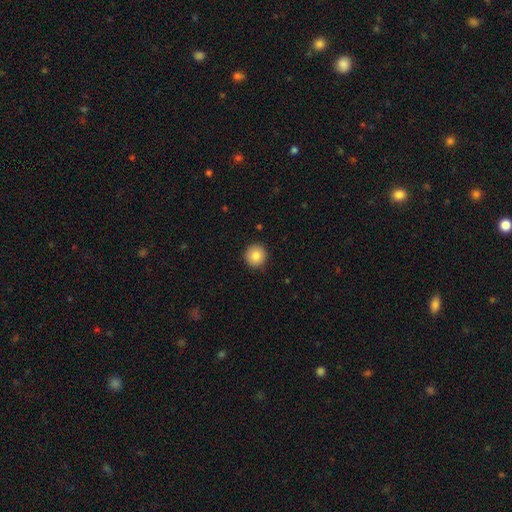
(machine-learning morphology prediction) Overall: smooth (84%). How rounded: round (95%). Merging: none (92%).